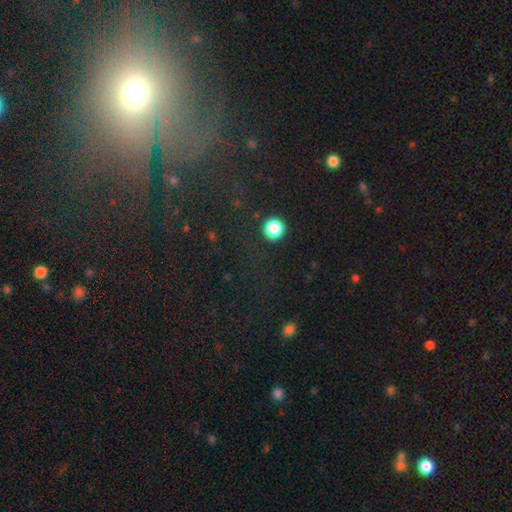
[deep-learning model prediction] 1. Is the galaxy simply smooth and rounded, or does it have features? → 51% star or artifact, 31% smooth, 19% featured or disk.